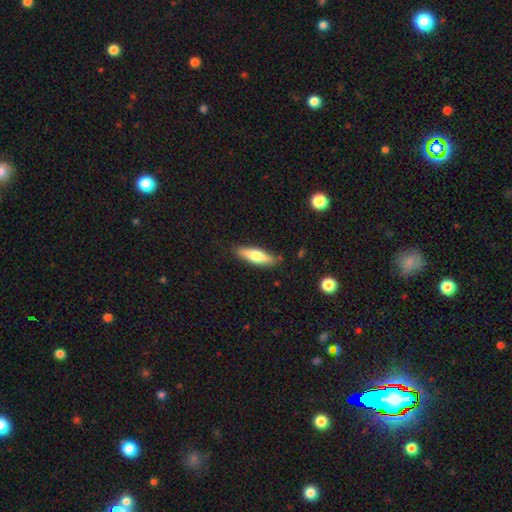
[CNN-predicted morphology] A smooth galaxy with no disk features (62%) that is cigar-shaped (61%). Merging: none (84%).